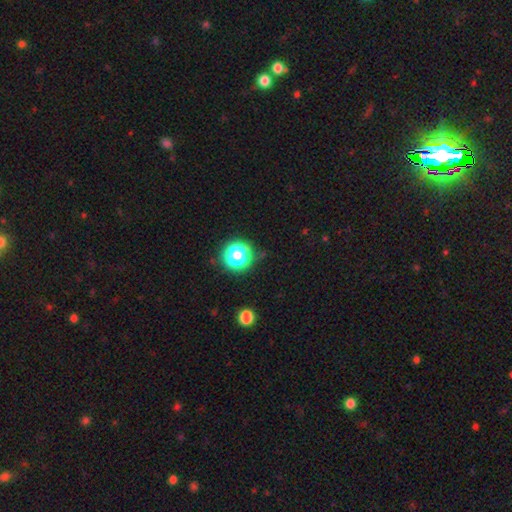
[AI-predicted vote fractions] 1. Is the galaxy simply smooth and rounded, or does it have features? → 51% star or artifact, 43% smooth, 6% featured or disk.